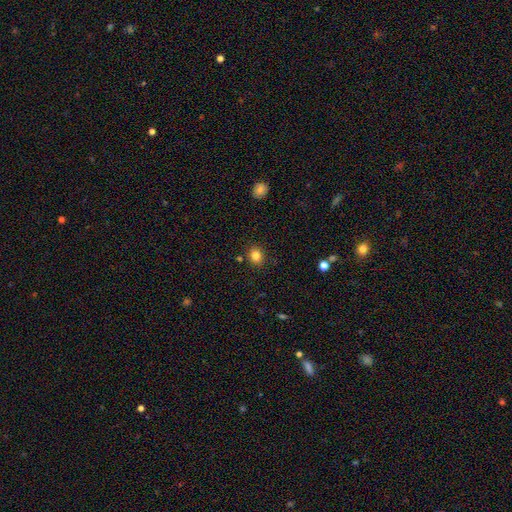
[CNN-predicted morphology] Smooth or featured?
  - smooth: 83% *
  - star or artifact: 12%
  - featured or disk: 5%
How rounded?
  - round: 76% *
  - in between: 23%
  - cigar-shaped: 1%
Merging?
  - none: 85% *
  - minor disturbance: 9%
  - merger: 3%
  - major disturbance: 2%